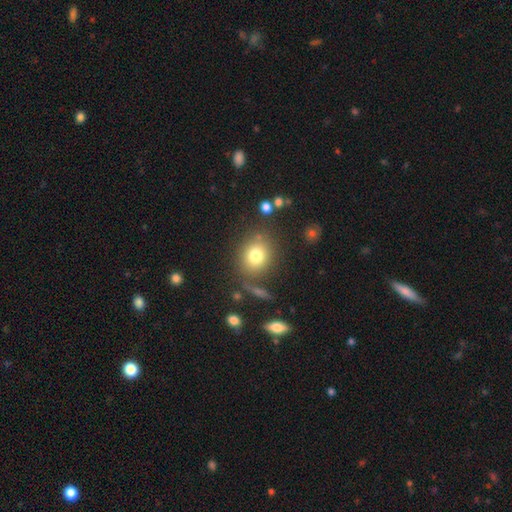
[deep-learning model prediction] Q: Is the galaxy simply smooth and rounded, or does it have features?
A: smooth — 78%.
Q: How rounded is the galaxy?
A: round — 70%.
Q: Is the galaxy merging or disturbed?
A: none — 77%.